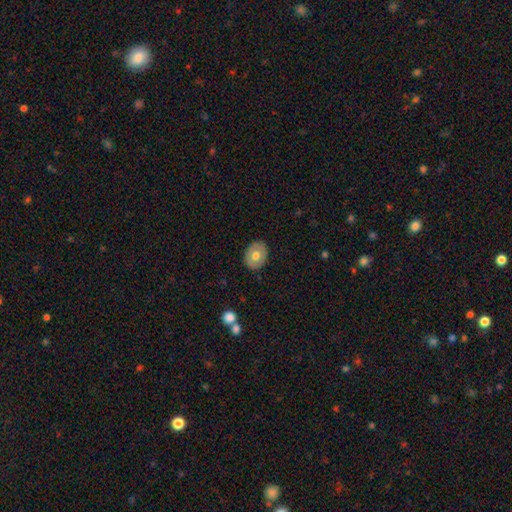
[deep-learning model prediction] Smooth or featured: smooth — 62% (featured or disk — 32%)
How rounded: in between — 61% (round — 38%)
Merging: none — 87% (minor disturbance — 10%)